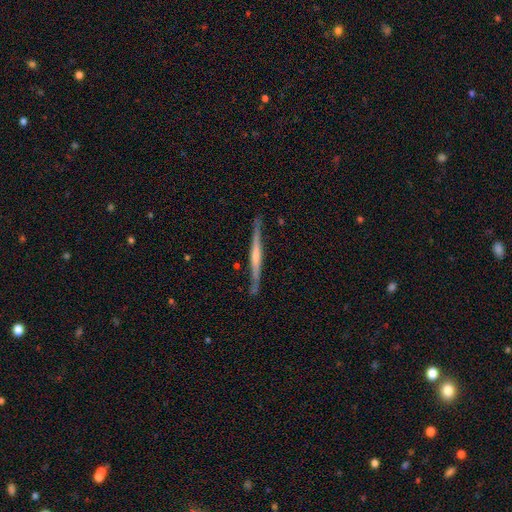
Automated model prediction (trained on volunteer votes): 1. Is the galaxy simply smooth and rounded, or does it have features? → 74% featured or disk, 19% smooth, 7% star or artifact.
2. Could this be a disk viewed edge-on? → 97% yes, 3% no.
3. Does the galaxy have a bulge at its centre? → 62% rounded, 28% none, 10% boxy.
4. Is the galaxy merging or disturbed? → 88% none, 9% minor disturbance, 2% major disturbance, 1% merger.